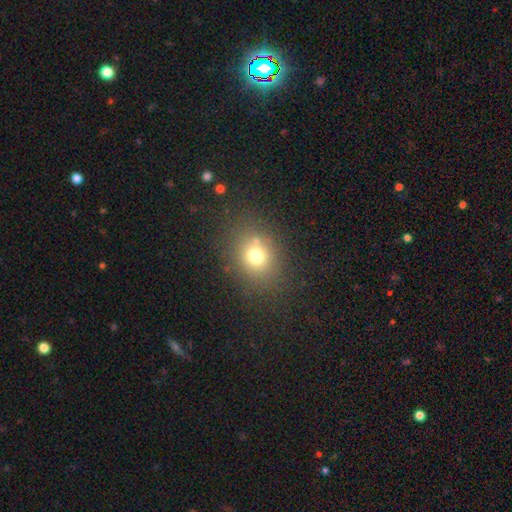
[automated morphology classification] This appears to be a smooth galaxy with no disk features (70%) that is round (64%). Merging: none (78%).